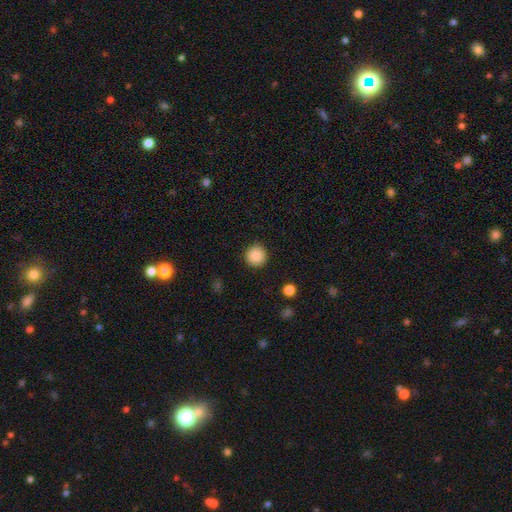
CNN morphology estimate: type=smooth (88%); roundness=round (95%); merging=none (92%).